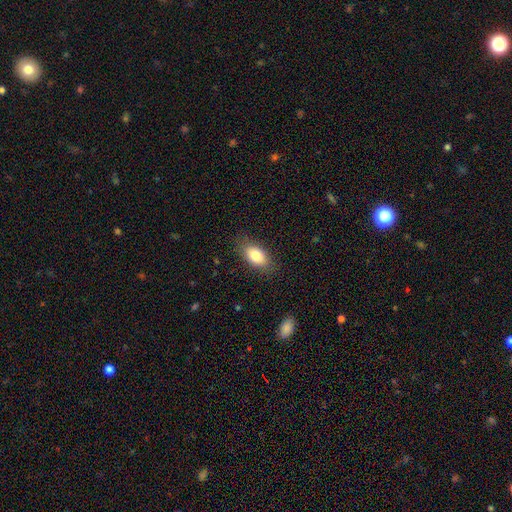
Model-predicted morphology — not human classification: Overall: smooth (82%). How rounded: in between (90%). Merging: none (84%).